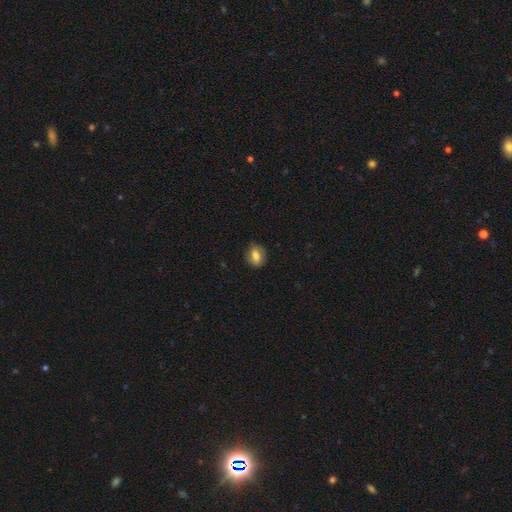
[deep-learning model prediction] Smooth or featured?
  - smooth: 71% *
  - featured or disk: 20%
  - star or artifact: 9%
How rounded?
  - in between: 63% *
  - round: 34%
  - cigar-shaped: 3%
Merging?
  - none: 82% *
  - minor disturbance: 14%
  - major disturbance: 3%
  - merger: 1%